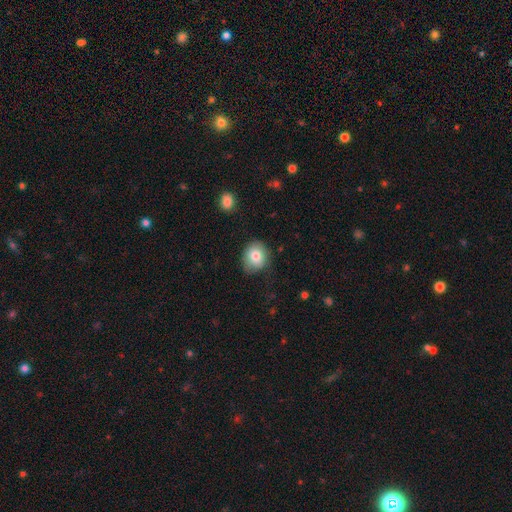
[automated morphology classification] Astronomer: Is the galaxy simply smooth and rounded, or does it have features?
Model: smooth — 80%.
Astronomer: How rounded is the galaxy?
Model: round — 69%.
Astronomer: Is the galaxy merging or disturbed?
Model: none — 71%.